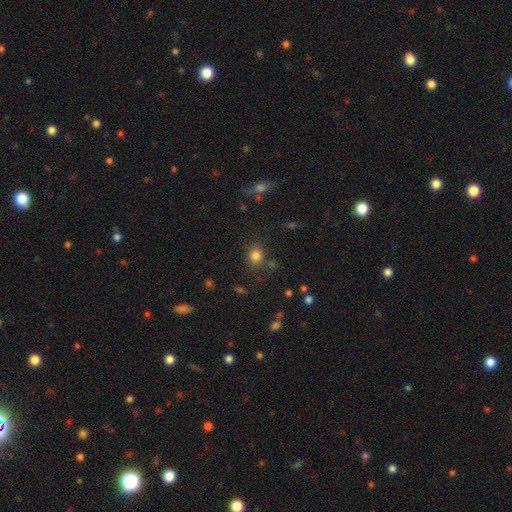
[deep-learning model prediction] A smooth galaxy with no disk features (80%) that is round (68%). Merging: none (78%).